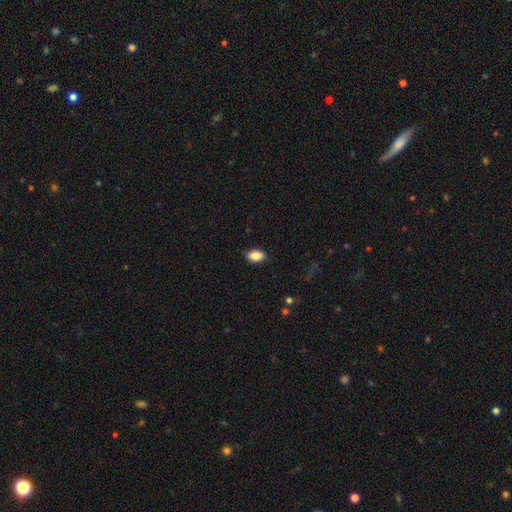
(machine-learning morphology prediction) Overall: smooth (88%). How rounded: in between (88%). Merging: none (87%).